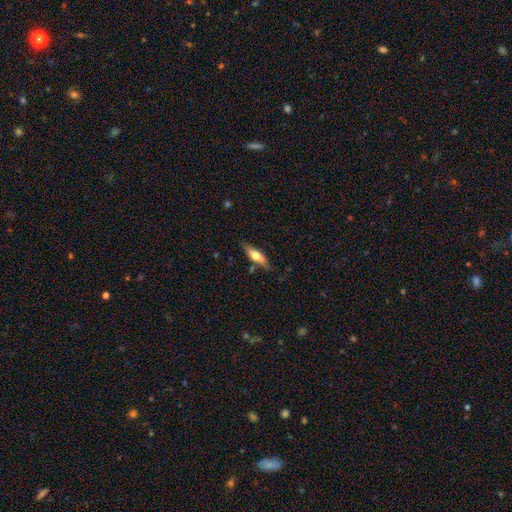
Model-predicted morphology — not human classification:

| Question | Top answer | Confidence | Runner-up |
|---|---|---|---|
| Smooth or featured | smooth | 58% | featured or disk (36%) |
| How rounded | cigar-shaped | 52% | in between (45%) |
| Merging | none | 75% | minor disturbance (17%) |